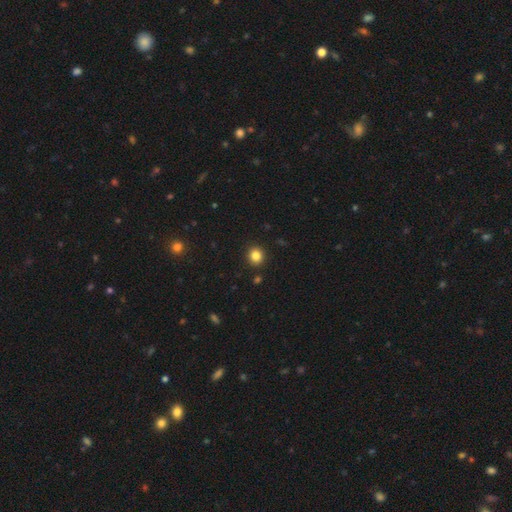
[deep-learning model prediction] Smooth or featured? Predicted: smooth (p=0.83). How rounded? Predicted: round (p=0.87). Merging? Predicted: none (p=0.92).